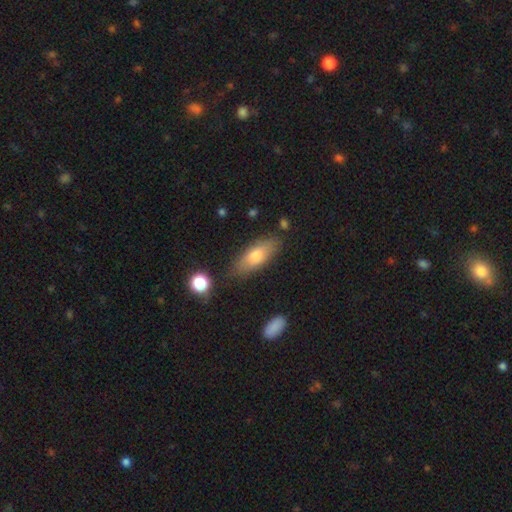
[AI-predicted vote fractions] Smooth or featured: smooth — 73% (featured or disk — 21%)
How rounded: in between — 70% (cigar-shaped — 27%)
Merging: none — 80% (minor disturbance — 14%)